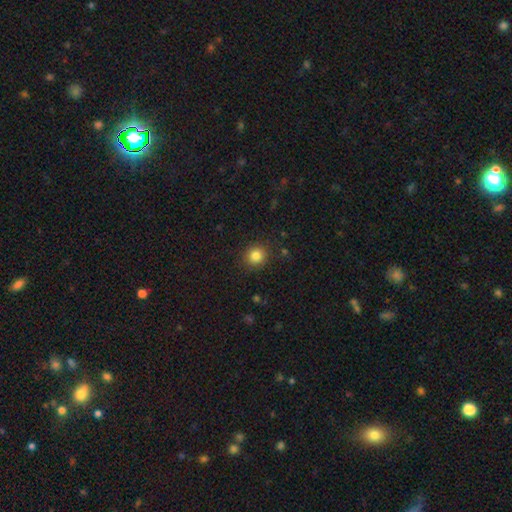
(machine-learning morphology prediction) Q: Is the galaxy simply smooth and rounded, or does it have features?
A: smooth — 84%.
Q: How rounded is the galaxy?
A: round — 88%.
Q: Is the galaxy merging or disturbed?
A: none — 89%.